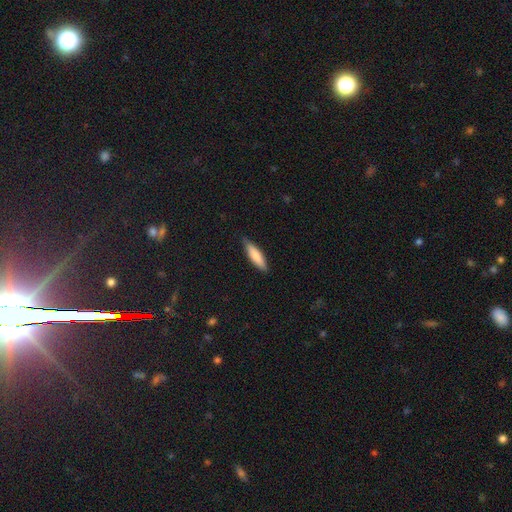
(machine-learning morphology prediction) Overall: smooth (78%). How rounded: cigar-shaped (70%). Merging: none (84%).